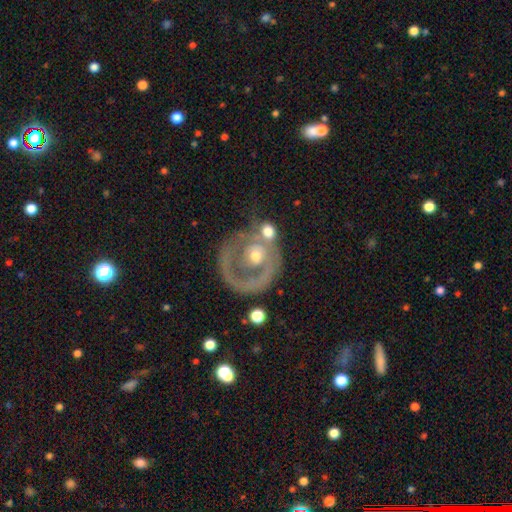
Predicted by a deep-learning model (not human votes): Smooth or featured: featured or disk — 69% (smooth — 24%)
Edge-on disk: no — 97% (yes — 3%)
Bar: no — 85% (weak — 12%)
Spiral arms: no — 60% (yes — 40%)
Bulge size: moderate — 61% (small — 28%)
Merging: none — 40% (merger — 22%)